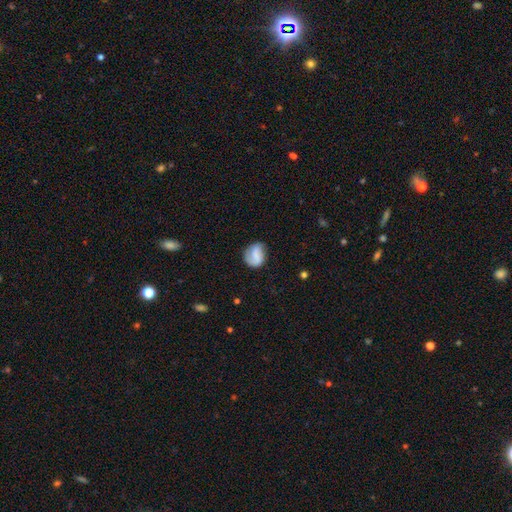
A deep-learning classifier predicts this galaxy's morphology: smooth 59%, featured or disk 32%, star or artifact 8%. Down the decision tree: how rounded — round (57%); merging — none (62%).